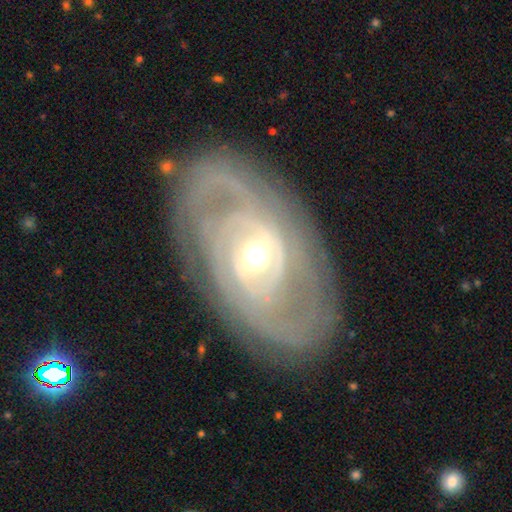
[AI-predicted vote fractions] Smooth or featured?
  - featured or disk: 87% *
  - smooth: 8%
  - star or artifact: 5%
Edge-on disk?
  - no: 94% *
  - yes: 6%
Bar?
  - no: 48% *
  - weak: 36%
  - strong: 16%
Spiral arms?
  - yes: 92% *
  - no: 8%
Spiral winding?
  - tight: 71% *
  - medium: 23%
  - loose: 6%
Spiral arm count?
  - 2: 37% *
  - can't tell: 29%
  - 3: 16%
  - 4: 7%
  - more than 4: 5%
  - 1: 5%
Bulge size?
  - moderate: 60% *
  - small: 34%
  - large: 4%
  - dominant: 1%
  - none: 1%
Merging?
  - none: 81% *
  - minor disturbance: 12%
  - major disturbance: 5%
  - merger: 1%